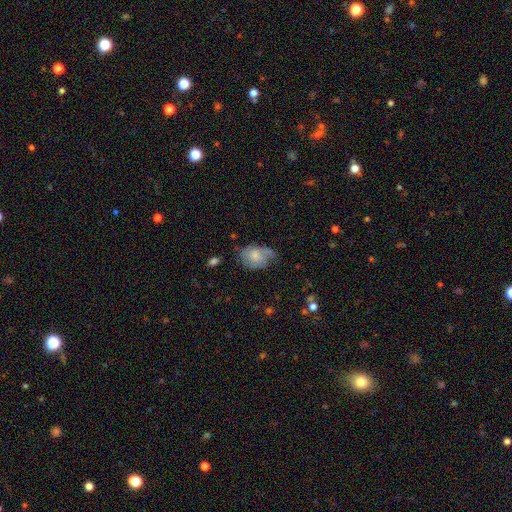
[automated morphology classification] Smooth or featured? smooth (55%)
How rounded? in between (74%)
Merging? minor disturbance (36%, tied with none)